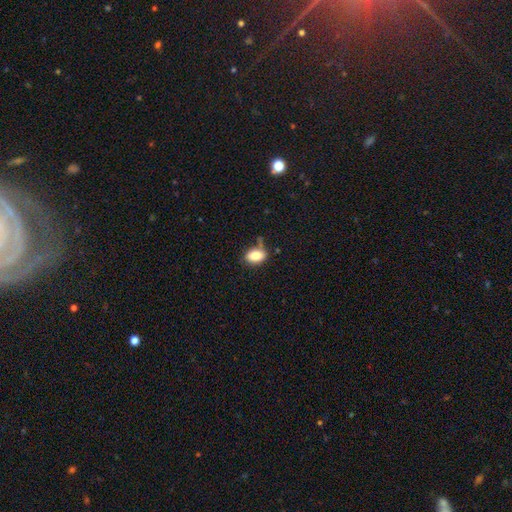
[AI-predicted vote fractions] smooth-or-featured: smooth: 81% | featured or disk: 11% | star or artifact: 8%
  how-rounded: in between: 84% | round: 14% | cigar-shaped: 2%
  merging: none: 62% | minor disturbance: 24% | merger: 8% | major disturbance: 7%